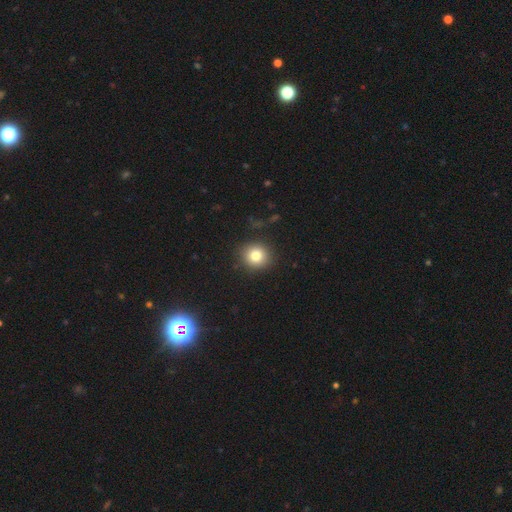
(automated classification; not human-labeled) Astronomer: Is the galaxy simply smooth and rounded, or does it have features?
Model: smooth — 81%.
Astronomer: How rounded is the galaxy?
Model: round — 87%.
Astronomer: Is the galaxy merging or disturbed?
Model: none — 89%.